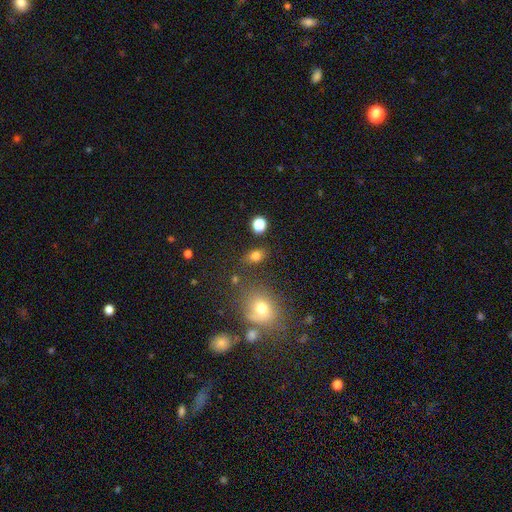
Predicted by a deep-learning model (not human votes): smooth_or_featured: smooth (p=0.79) [alt: star or artifact p=0.14]
how_rounded: in between (p=0.71) [alt: round p=0.27]
merging: none (p=0.78) [alt: minor disturbance p=0.12]